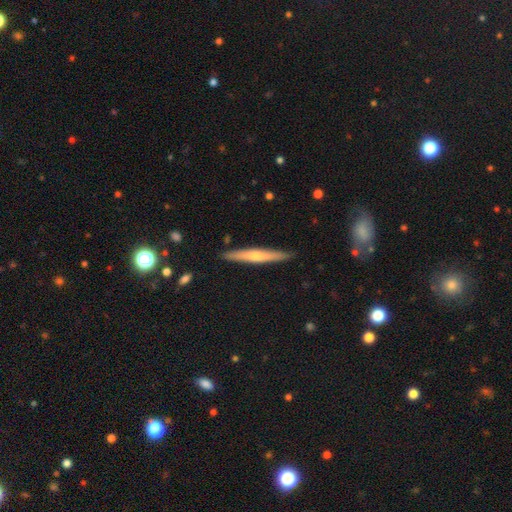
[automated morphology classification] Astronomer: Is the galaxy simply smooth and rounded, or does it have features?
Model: smooth — 48% (runner-up: featured or disk, 47%).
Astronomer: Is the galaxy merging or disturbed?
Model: none — 89%.